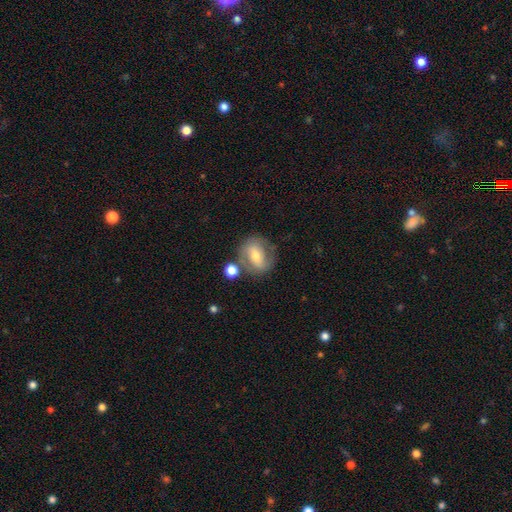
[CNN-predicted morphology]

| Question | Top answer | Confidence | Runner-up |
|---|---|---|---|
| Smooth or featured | featured or disk | 53% | smooth (38%) |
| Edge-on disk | no | 95% | yes (5%) |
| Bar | weak | 38% | strong (36%) |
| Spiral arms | yes | 65% | no (35%) |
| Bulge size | moderate | 59% | small (33%) |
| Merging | none | 64% | minor disturbance (17%) |